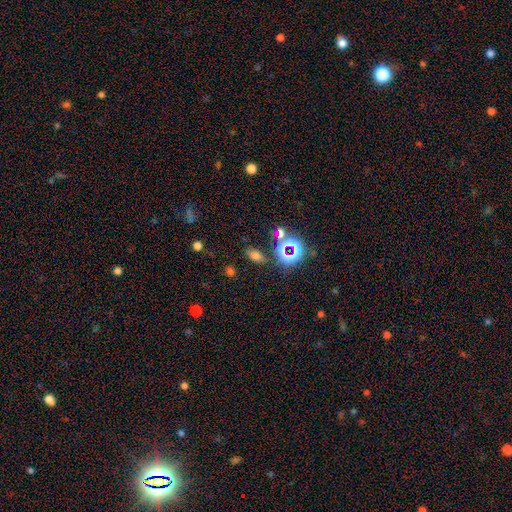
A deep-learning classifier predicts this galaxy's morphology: This appears to be a smooth galaxy with no disk features (60%) that is in between round and cigar-shaped (80%). Merging: none (80%).